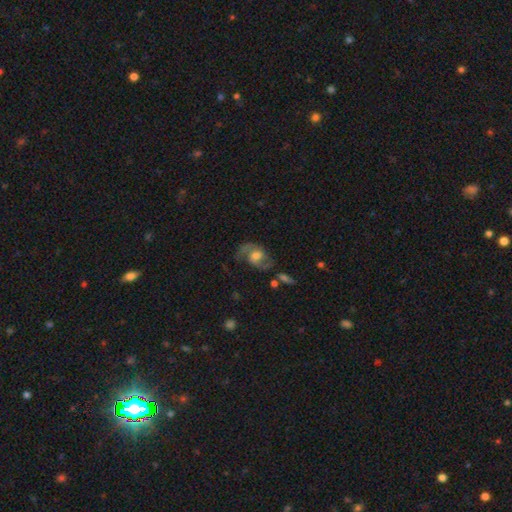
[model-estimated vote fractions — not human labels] Morphology: type=featured or disk (79%); edge-on=no (97%); bar=no (54%); spiral arms=yes (93%); winding=medium (52%); arm count=2 (88%); bulge=moderate (59%); merging=none (66%).